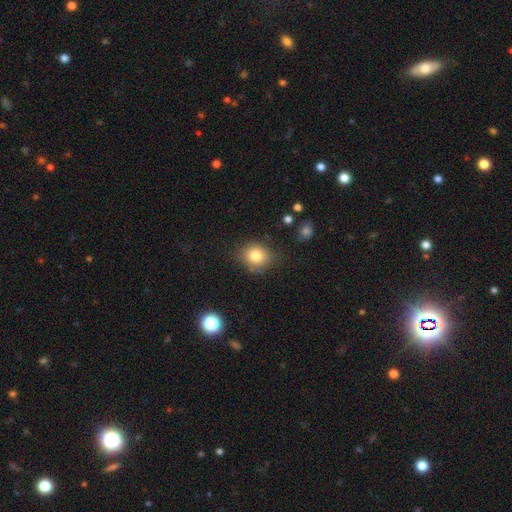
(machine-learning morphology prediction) Q: Smooth or featured?
A: smooth (81%); runner-up: star or artifact (11%)
Q: How rounded?
A: round (70%); runner-up: in between (29%)
Q: Merging?
A: none (77%); runner-up: minor disturbance (15%)